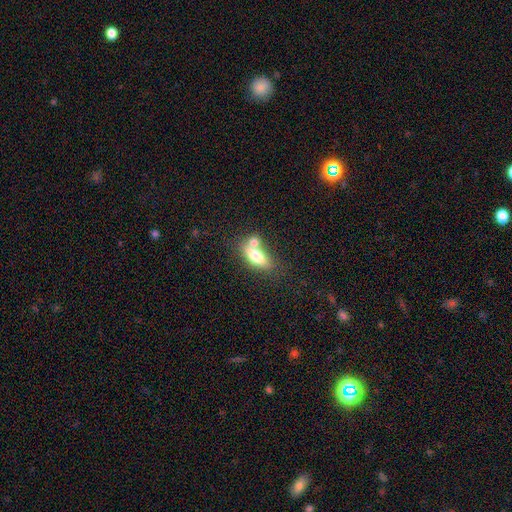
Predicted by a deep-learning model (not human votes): Smooth or featured: smooth — 65% (featured or disk — 27%)
How rounded: in between — 70% (cigar-shaped — 24%)
Merging: merger — 42% (none — 40%)